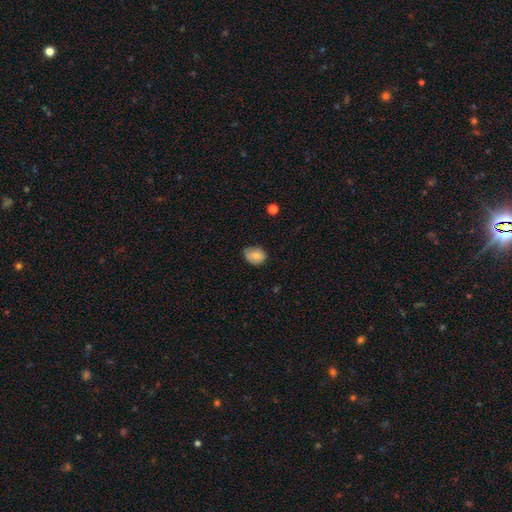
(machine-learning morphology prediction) This appears to be a smooth galaxy with no disk features (80%) that is in between round and cigar-shaped (58%). Merging: none (62%).